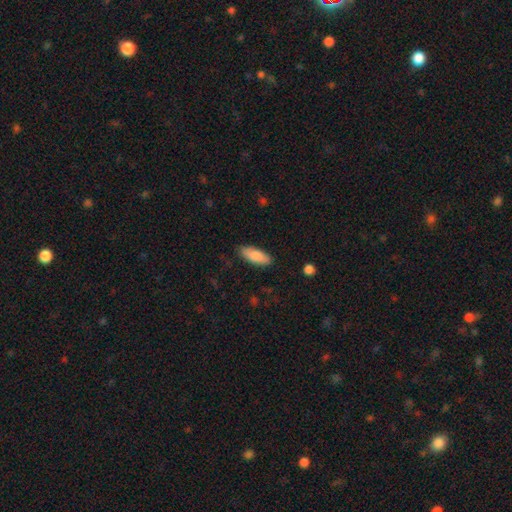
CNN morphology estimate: Overall: smooth (87%). How rounded: in between (72%). Merging: none (86%).